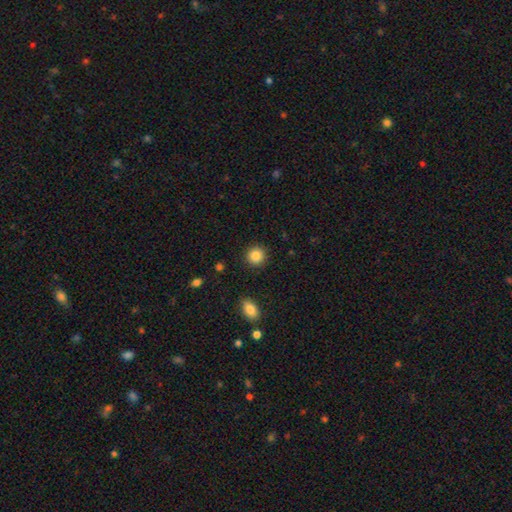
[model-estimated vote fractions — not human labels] Morphology: type=smooth (86%); roundness=round (92%); merging=none (91%).